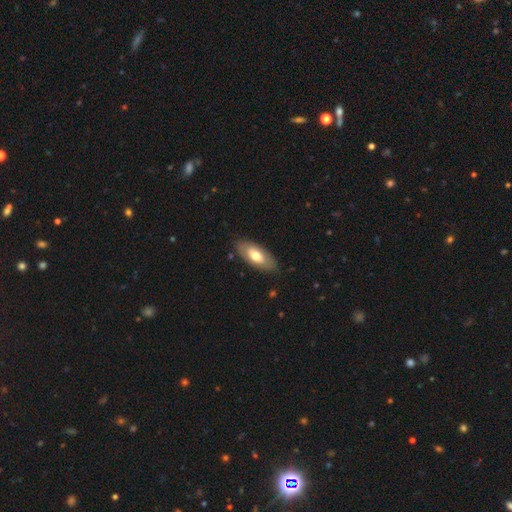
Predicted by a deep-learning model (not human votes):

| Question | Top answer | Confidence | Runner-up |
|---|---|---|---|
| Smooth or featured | smooth | 63% | featured or disk (31%) |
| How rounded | in between | 88% | cigar-shaped (10%) |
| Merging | none | 84% | minor disturbance (12%) |